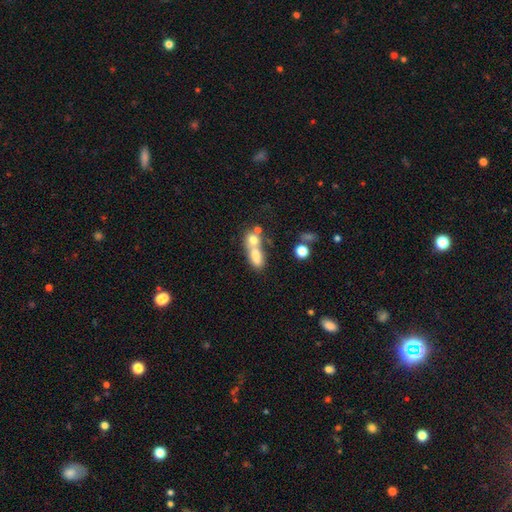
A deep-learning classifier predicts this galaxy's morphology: Overall: smooth (72%). How rounded: in between (69%). Merging: merger (57%; none 26%).